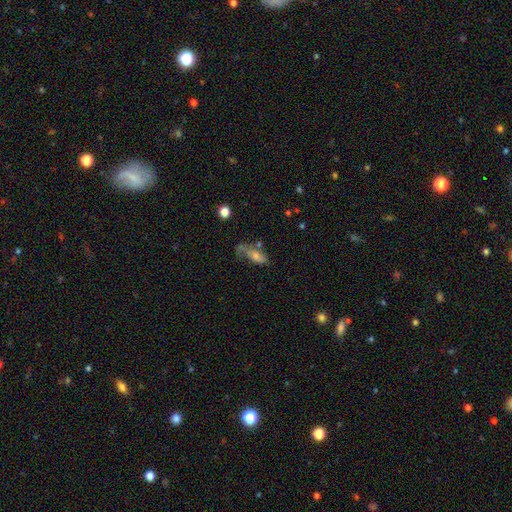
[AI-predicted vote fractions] Overall: smooth (45%; featured or disk 43%). Merging: none (35%; major disturbance 31%).